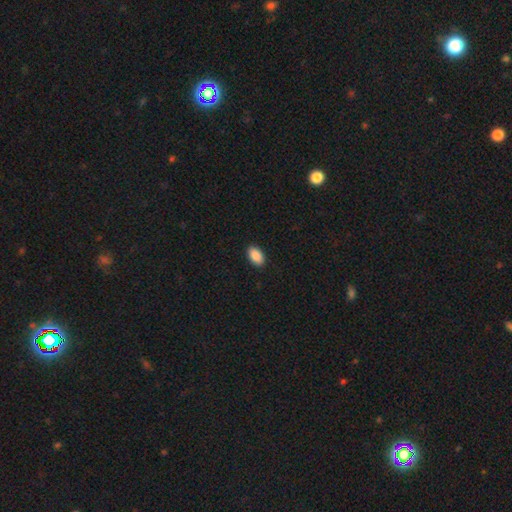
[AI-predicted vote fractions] Smooth or featured: smooth — 90% (star or artifact — 7%)
How rounded: in between — 94% (round — 5%)
Merging: none — 90% (minor disturbance — 7%)